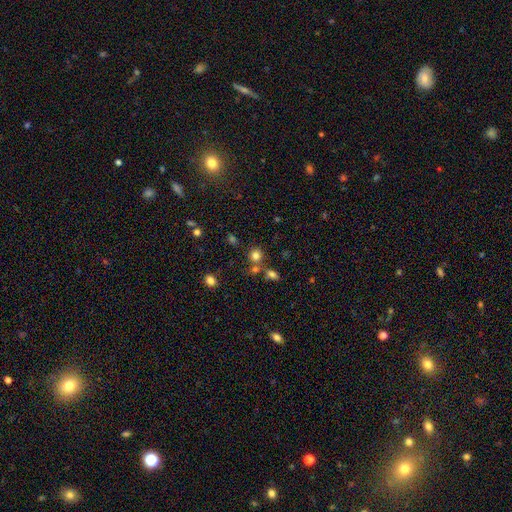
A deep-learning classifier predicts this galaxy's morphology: A smooth galaxy with no disk features (77%) that is round (86%). Merging: none (69%).